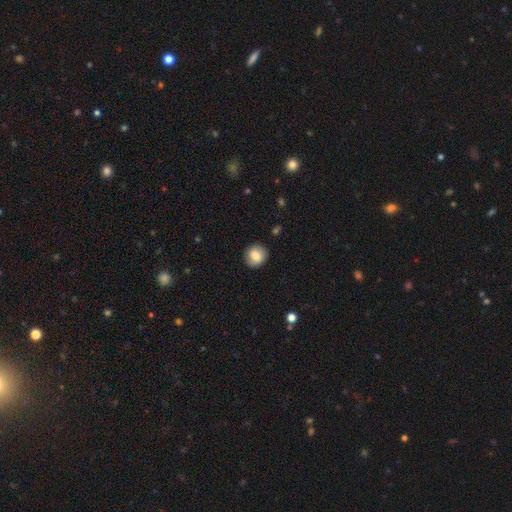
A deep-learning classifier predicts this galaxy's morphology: Smooth or featured?
  - smooth: 76% *
  - featured or disk: 16%
  - star or artifact: 8%
How rounded?
  - round: 83% *
  - in between: 16%
  - cigar-shaped: 1%
Merging?
  - none: 87% *
  - minor disturbance: 9%
  - major disturbance: 2%
  - merger: 1%